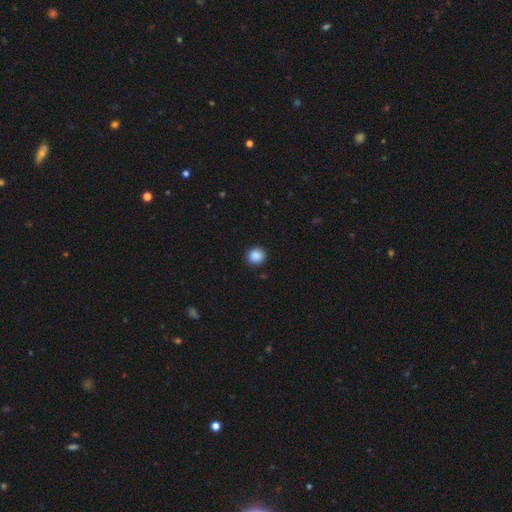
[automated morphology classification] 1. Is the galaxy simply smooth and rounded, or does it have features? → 88% smooth, 9% star or artifact, 3% featured or disk.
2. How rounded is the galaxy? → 86% round, 14% in between, 1% cigar-shaped.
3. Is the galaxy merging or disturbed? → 90% none, 7% minor disturbance, 2% major disturbance, 1% merger.